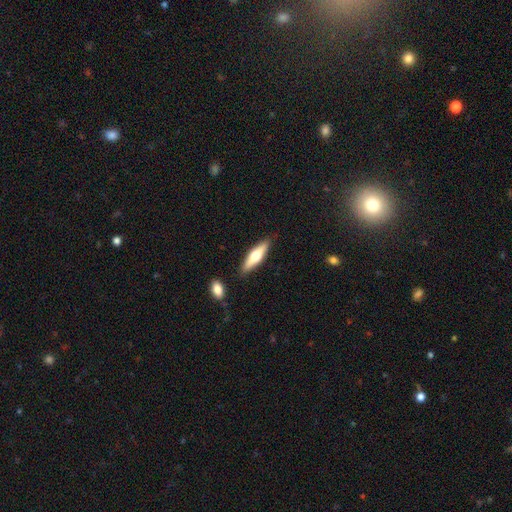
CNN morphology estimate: A smooth galaxy with no disk features (51%) that is cigar-shaped (67%).

Vote fractions:
- Smooth or featured? smooth: 51% / featured or disk: 44% / star or artifact: 5%
- How rounded? cigar-shaped: 67% / in between: 31% / round: 2%
- Merging? none: 85% / minor disturbance: 9% / merger: 3% / major disturbance: 2%